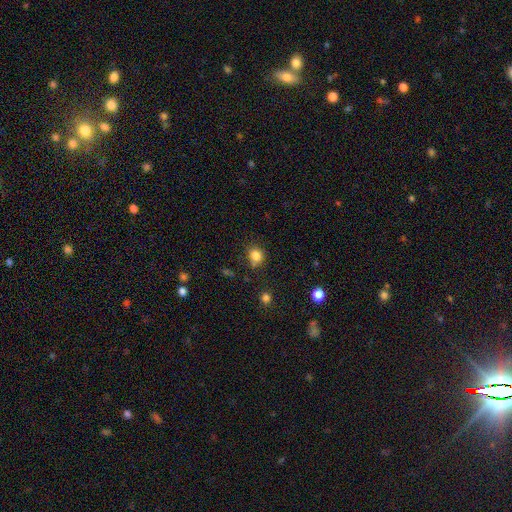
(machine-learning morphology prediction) smooth-or-featured: smooth: 82% | star or artifact: 12% | featured or disk: 6%
  how-rounded: round: 68% | in between: 31% | cigar-shaped: 1%
  merging: none: 69% | minor disturbance: 18% | merger: 7% | major disturbance: 5%